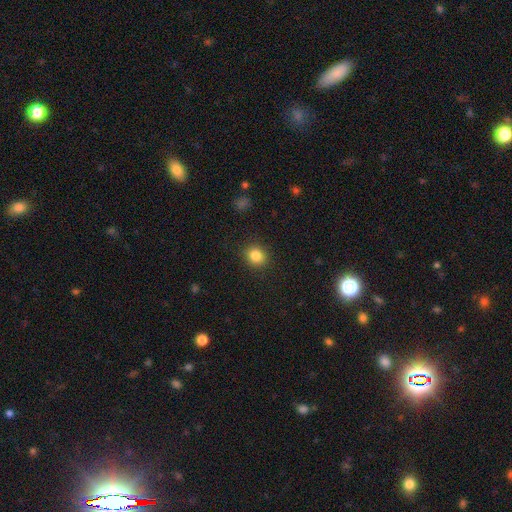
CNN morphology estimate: Overall: smooth (84%). How rounded: round (76%). Merging: none (90%).